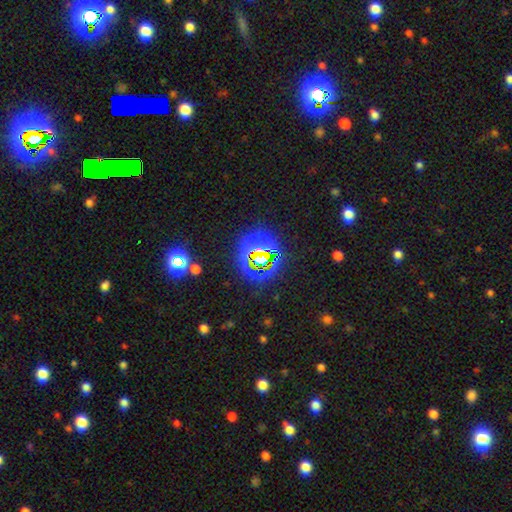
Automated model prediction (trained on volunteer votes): A star or artifact, not a galaxy (76%).

Vote fractions:
- Smooth or featured? star or artifact: 76% / smooth: 15% / featured or disk: 9%